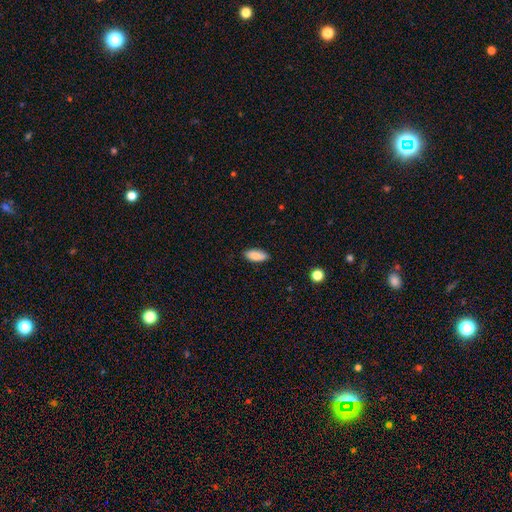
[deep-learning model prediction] Overall: smooth (84%). How rounded: in between (88%). Merging: none (85%).